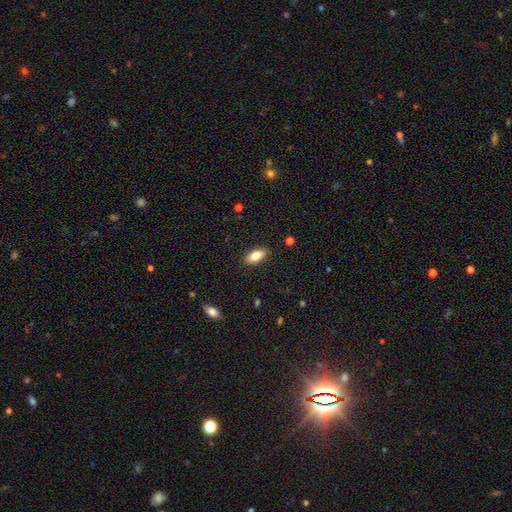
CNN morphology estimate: This is likely a smooth galaxy (78%). How rounded: clearly in between (87%). Merging: clearly none (89%).